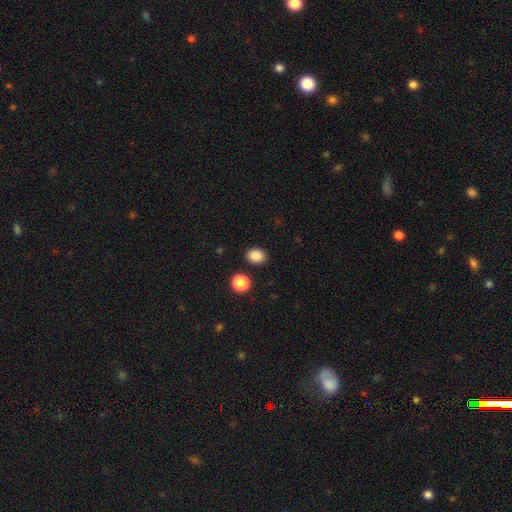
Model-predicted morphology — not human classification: The model was most divided on "how rounded" (2-way tie): round: 50%, in between: 50%, cigar-shaped: 1%. More confident: smooth or featured — smooth (87%); merging — none (86%).